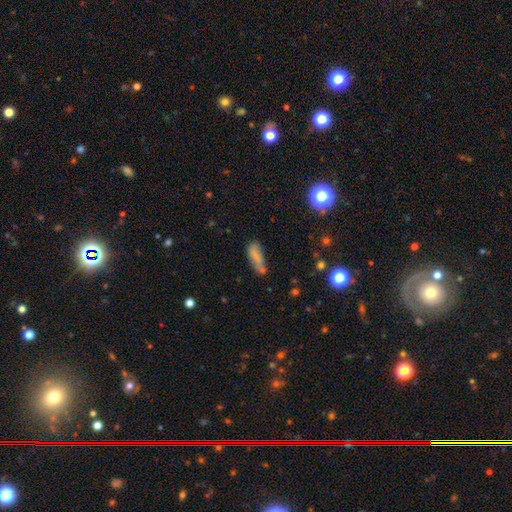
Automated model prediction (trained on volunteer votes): smooth-or-featured: smooth: 75% | featured or disk: 15% | star or artifact: 10%
  how-rounded: in between: 58% | cigar-shaped: 39% | round: 3%
  merging: none: 43% | minor disturbance: 31% | major disturbance: 14% | merger: 12%